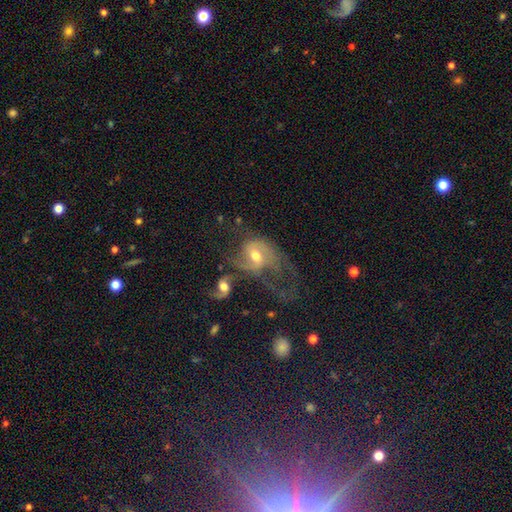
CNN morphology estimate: featured or disk 72%, smooth 19%, star or artifact 9%. Down the decision tree: edge-on disk — no (96%); bar — no (43%); spiral arms — yes (82%); spiral arm count — 2 (62%); spiral winding — loose (42%); bulge size — moderate (68%); merging — major disturbance (40%).